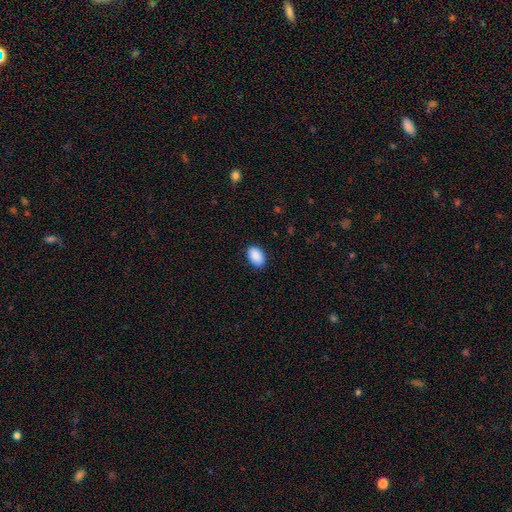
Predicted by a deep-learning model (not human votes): smooth 90%, star or artifact 7%, featured or disk 3%. Down the decision tree: how rounded — in between (91%); merging — none (86%).